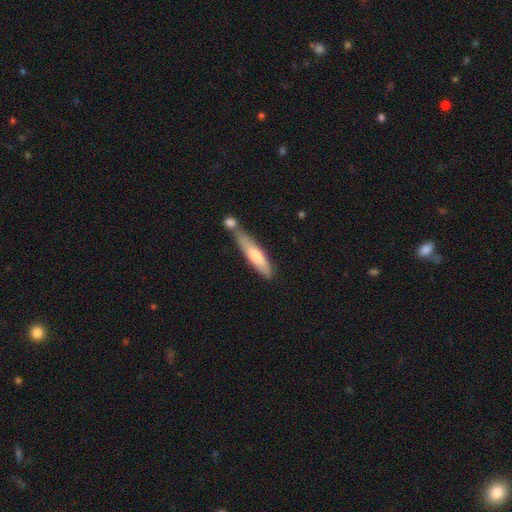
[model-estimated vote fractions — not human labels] Morphology: type=smooth (67%); roundness=cigar-shaped (80%); merging=none (50%).